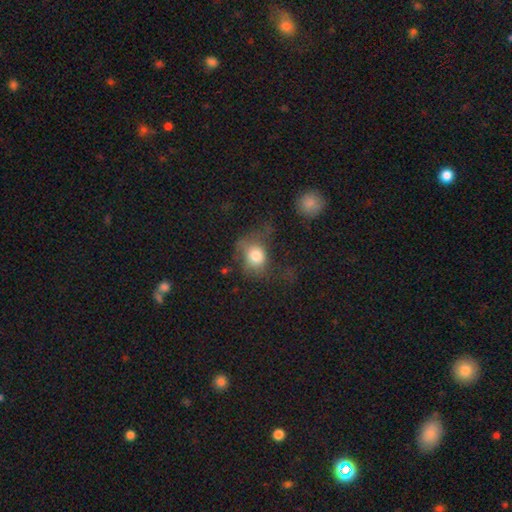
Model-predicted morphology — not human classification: Smooth or featured? Predicted: smooth (p=0.74). How rounded? Predicted: round (p=0.62). Merging? Predicted: major disturbance (p=0.36).